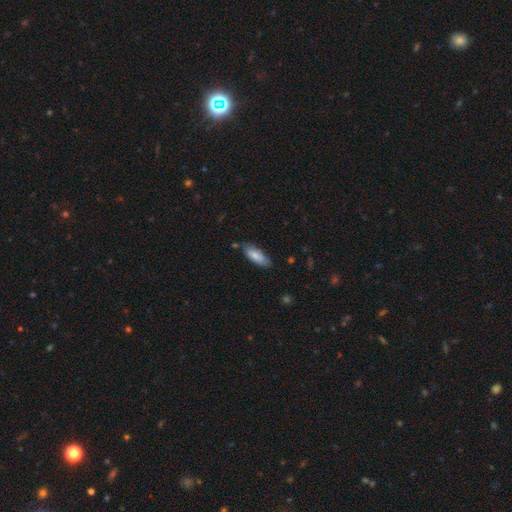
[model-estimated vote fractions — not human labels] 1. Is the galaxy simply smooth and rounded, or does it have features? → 78% smooth, 17% featured or disk, 6% star or artifact.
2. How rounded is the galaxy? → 71% in between, 27% cigar-shaped, 2% round.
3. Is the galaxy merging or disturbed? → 74% none, 19% minor disturbance, 3% major disturbance, 3% merger.